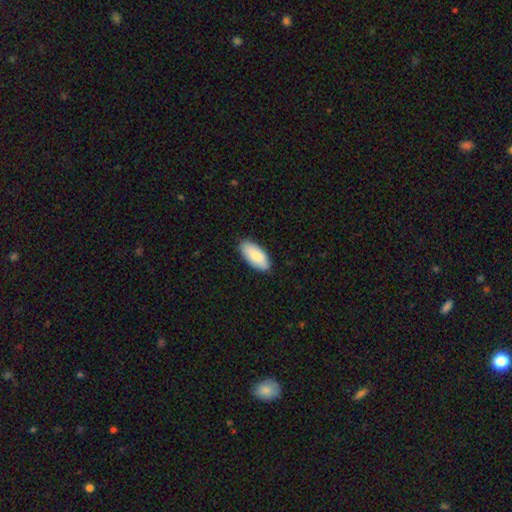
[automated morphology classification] Smooth or featured? Predicted: smooth (p=0.84). How rounded? Predicted: in between (p=0.92). Merging? Predicted: none (p=0.88).